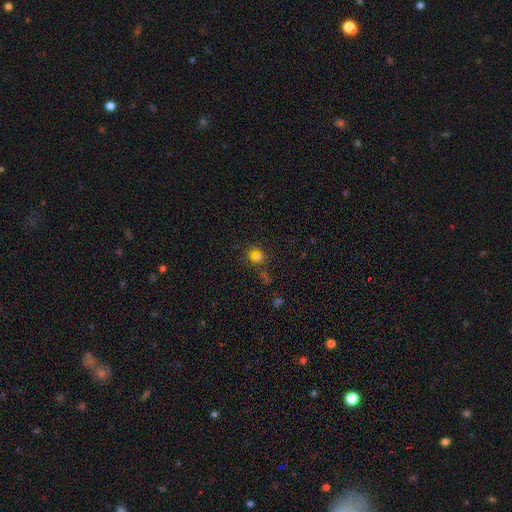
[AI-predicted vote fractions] smooth-or-featured: smooth: 71% | star or artifact: 21% | featured or disk: 9%
  how-rounded: round: 79% | in between: 20% | cigar-shaped: 1%
  merging: none: 69% | minor disturbance: 14% | merger: 11% | major disturbance: 6%